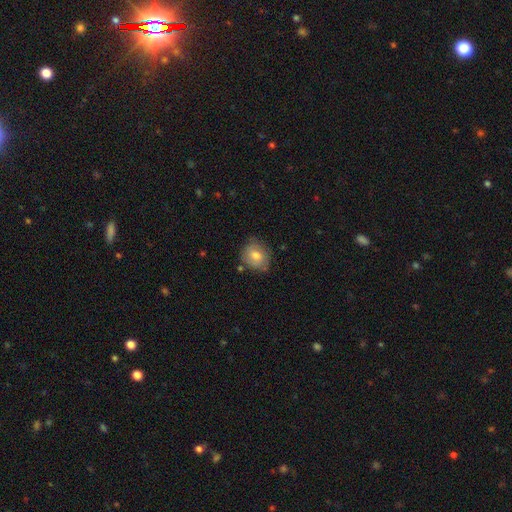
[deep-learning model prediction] Smooth or featured: smooth — 74% (featured or disk — 18%)
How rounded: round — 65% (in between — 34%)
Merging: none — 72% (minor disturbance — 21%)